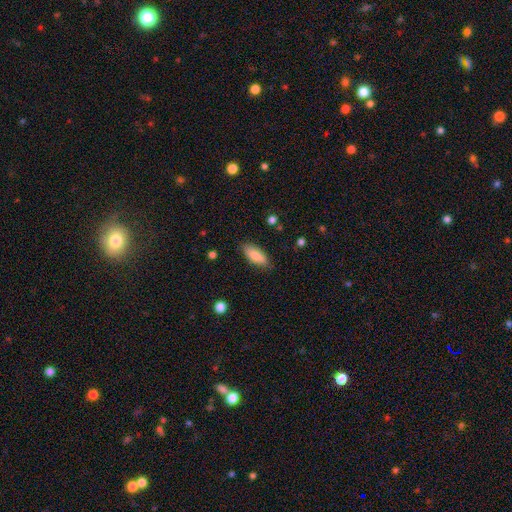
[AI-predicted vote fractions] smooth 84%, featured or disk 10%, star or artifact 6%. Down the decision tree: how rounded — in between (76%); merging — none (85%).